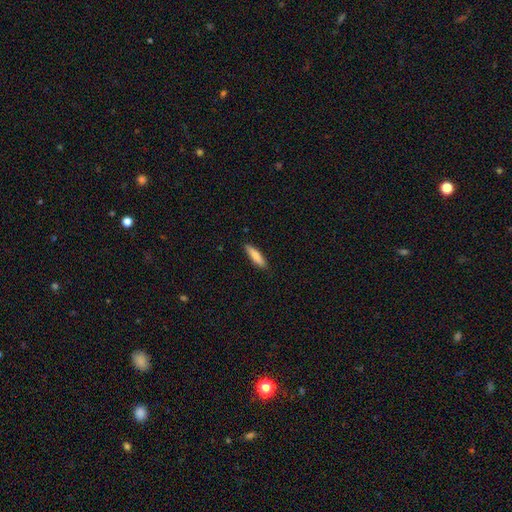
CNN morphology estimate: This is likely a smooth galaxy (79%). How rounded: likely cigar-shaped (75%). Merging: clearly none (88%).